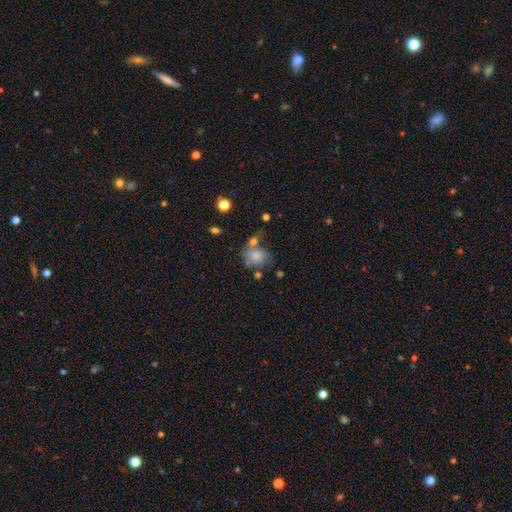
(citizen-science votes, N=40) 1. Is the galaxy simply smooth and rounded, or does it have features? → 72% smooth, 20% featured or disk, 8% star or artifact.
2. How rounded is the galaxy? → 69% round, 31% in between, 0% cigar-shaped.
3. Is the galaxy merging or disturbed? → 46% none, 22% merger, 19% minor disturbance, 14% major disturbance.